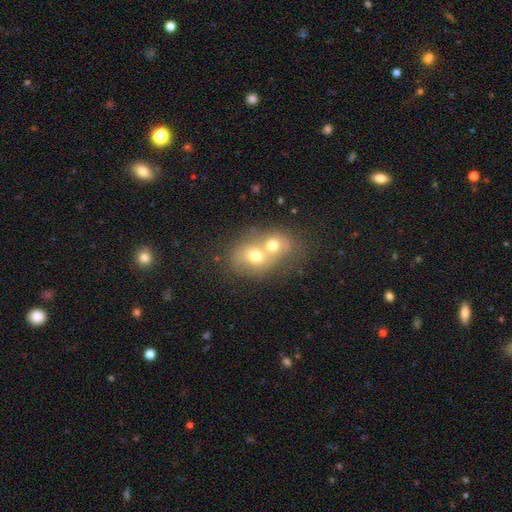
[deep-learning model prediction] Smooth or featured? smooth (63%)
How rounded? round (60%)
Merging? merger (72%)